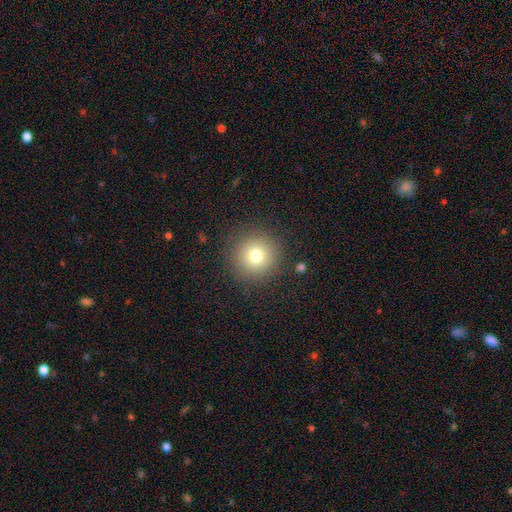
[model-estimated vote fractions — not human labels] This appears to be a smooth galaxy with no disk features (76%) that is round (95%). Merging: none (89%).